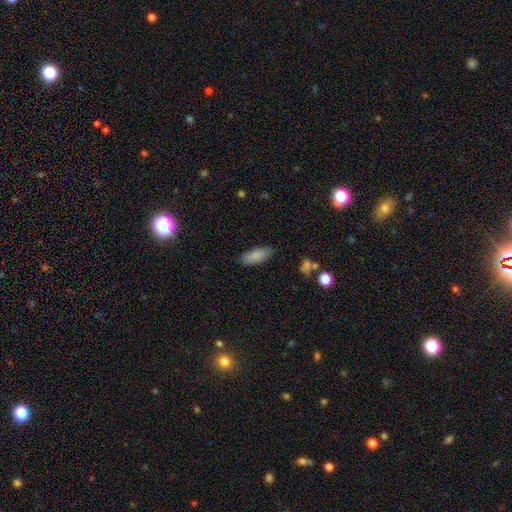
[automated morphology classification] A smooth galaxy with no disk features (87%) that is in between round and cigar-shaped (80%). Merging: none (81%).